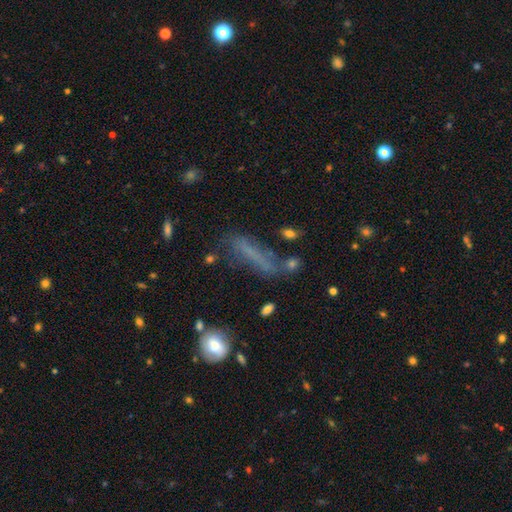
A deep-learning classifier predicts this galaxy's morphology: A smooth galaxy with no disk features (52%) that is cigar-shaped (81%). Merging: none (57%).